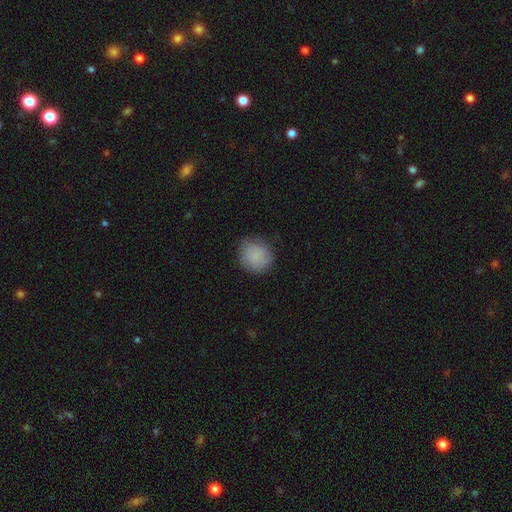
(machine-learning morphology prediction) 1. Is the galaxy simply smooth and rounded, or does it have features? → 85% smooth, 8% featured or disk, 7% star or artifact.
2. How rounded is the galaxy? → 88% round, 11% in between, 1% cigar-shaped.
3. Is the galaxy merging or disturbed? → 78% none, 16% minor disturbance, 4% major disturbance, 1% merger.